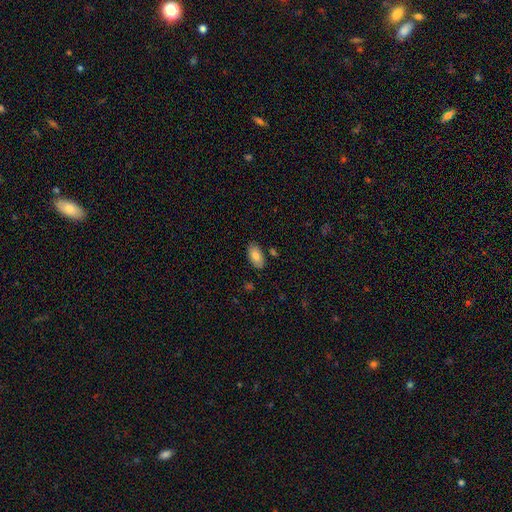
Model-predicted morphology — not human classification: smooth_or_featured: smooth (p=0.80) [alt: featured or disk p=0.14]
how_rounded: in between (p=0.94) [alt: round p=0.03]
merging: none (p=0.83) [alt: minor disturbance p=0.12]